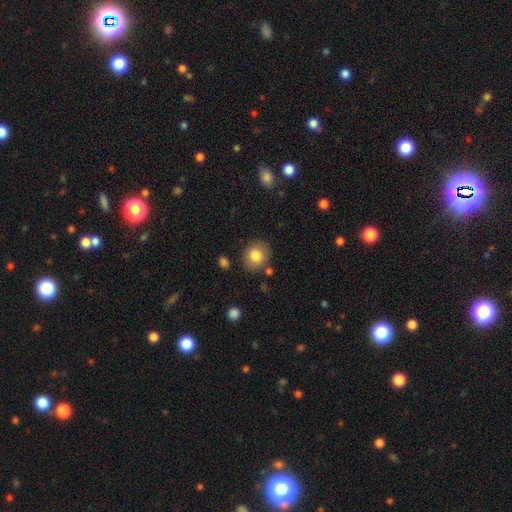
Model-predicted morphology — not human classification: Smooth or featured?
  - smooth: 82% *
  - featured or disk: 9%
  - star or artifact: 9%
How rounded?
  - round: 76% *
  - in between: 23%
  - cigar-shaped: 1%
Merging?
  - none: 82% *
  - minor disturbance: 11%
  - merger: 4%
  - major disturbance: 3%